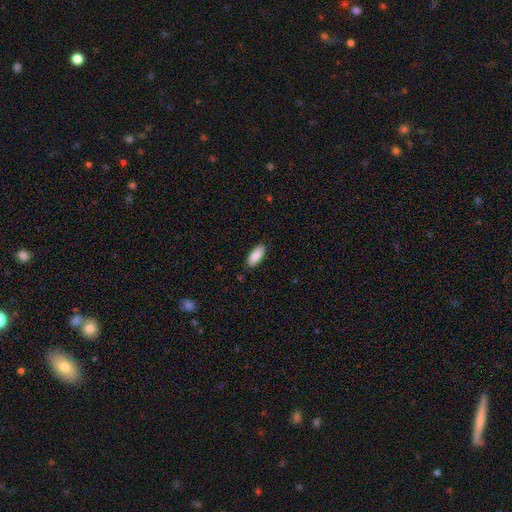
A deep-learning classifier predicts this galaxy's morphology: Overall: smooth (87%). How rounded: in between (81%). Merging: none (86%).